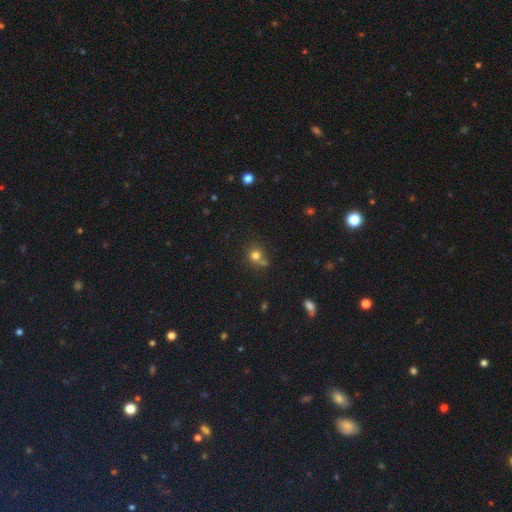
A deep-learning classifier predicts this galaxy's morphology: Smooth or featured: smooth — 74% (star or artifact — 17%)
How rounded: round — 86% (in between — 13%)
Merging: none — 62% (merger — 22%)